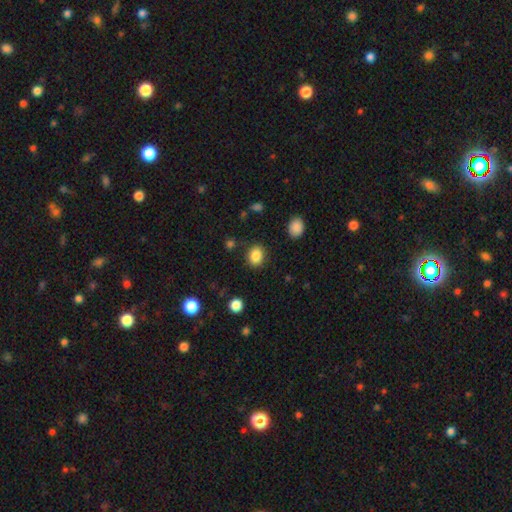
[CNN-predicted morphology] Smooth or featured? smooth (86%)
How rounded? round (57%)
Merging? none (86%)